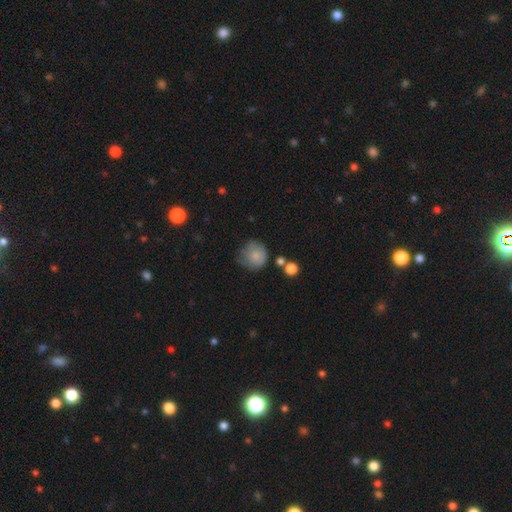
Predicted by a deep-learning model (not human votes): This appears to be a smooth galaxy with no disk features (78%) that is round (88%). Merging: none (55%).